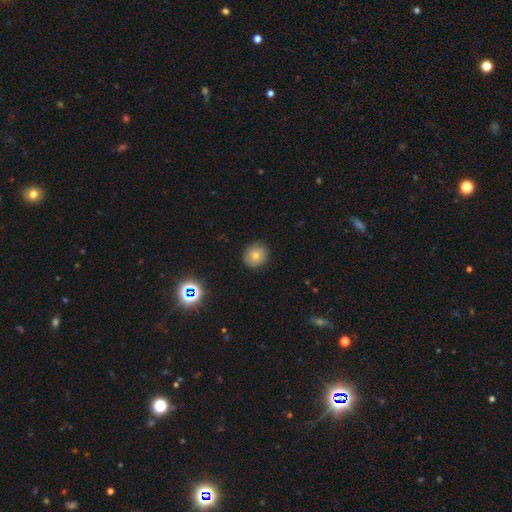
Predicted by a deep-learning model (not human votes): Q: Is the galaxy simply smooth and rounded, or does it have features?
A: smooth — 73%.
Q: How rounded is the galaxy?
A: round — 80%.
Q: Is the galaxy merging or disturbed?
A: none — 87%.